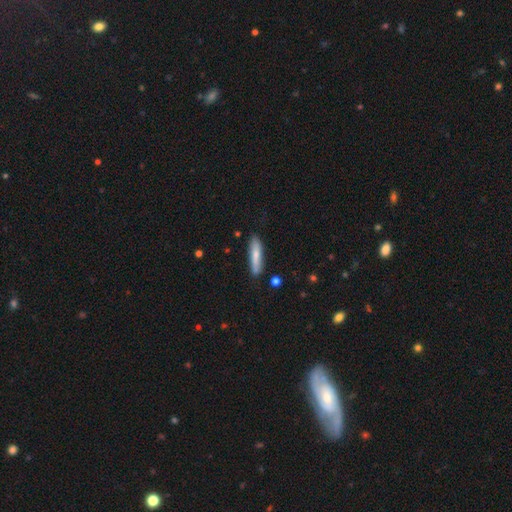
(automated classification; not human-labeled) Smooth or featured? smooth (74%)
How rounded? cigar-shaped (82%)
Merging? none (82%)